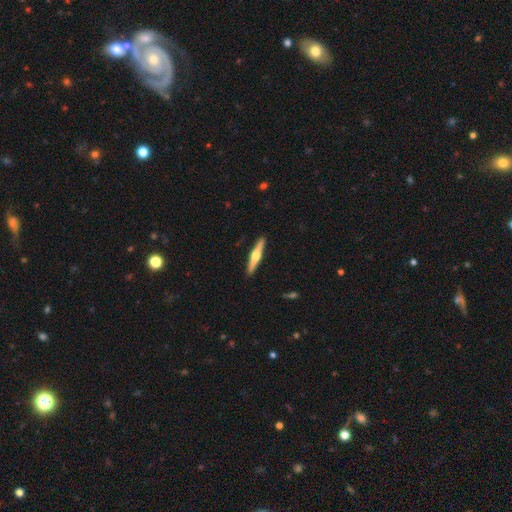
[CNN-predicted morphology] Smooth or featured?
  - featured or disk: 67% *
  - smooth: 28%
  - star or artifact: 5%
Edge-on disk?
  - yes: 98% *
  - no: 2%
Edge-on bulge?
  - rounded: 95% *
  - boxy: 3%
  - none: 3%
Merging?
  - none: 92% *
  - minor disturbance: 6%
  - major disturbance: 1%
  - merger: 1%